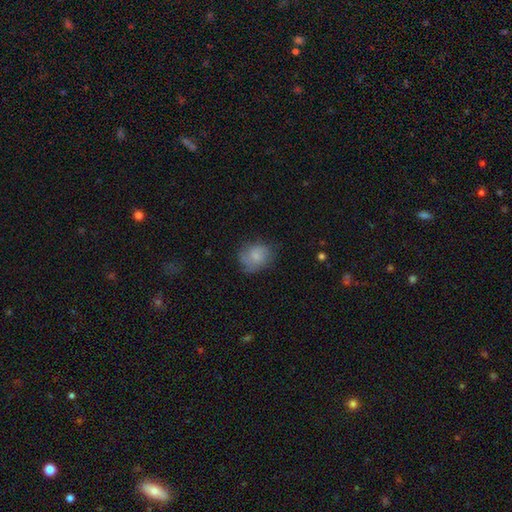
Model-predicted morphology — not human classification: Overall: smooth (70%). How rounded: round (61%; in between 38%). Merging: none (63%; minor disturbance 26%).